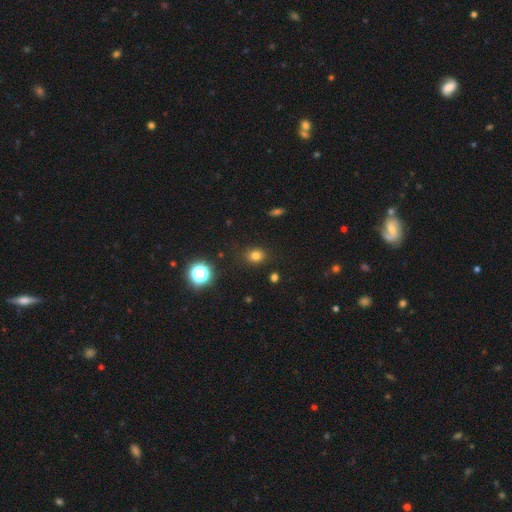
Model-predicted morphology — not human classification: Smooth or featured?
  - smooth: 77% *
  - star or artifact: 17%
  - featured or disk: 6%
How rounded?
  - round: 60% *
  - in between: 39%
  - cigar-shaped: 1%
Merging?
  - none: 87% *
  - minor disturbance: 9%
  - major disturbance: 3%
  - merger: 2%